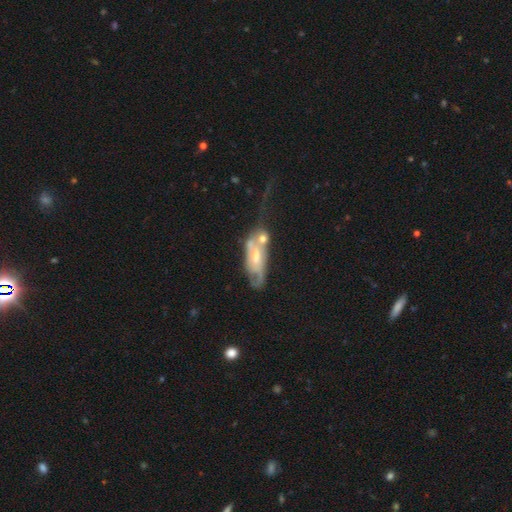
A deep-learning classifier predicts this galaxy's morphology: featured or disk 69%, smooth 25%, star or artifact 7%. Down the decision tree: edge-on disk — no (85%); bar — no (51%); spiral arms — yes (70%); bulge size — moderate (57%); merging — merger (35%).